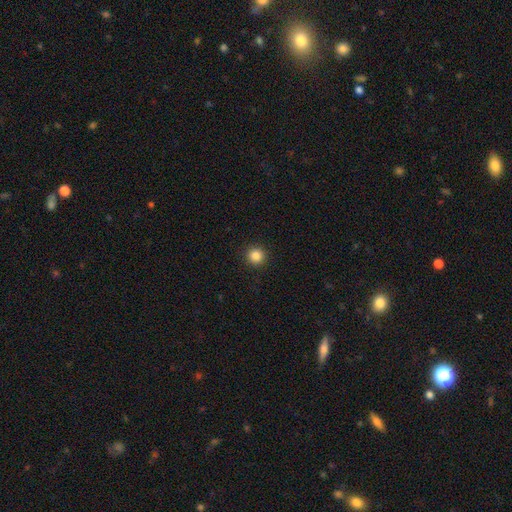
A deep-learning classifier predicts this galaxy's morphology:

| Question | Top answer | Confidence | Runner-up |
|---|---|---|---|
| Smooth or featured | smooth | 85% | star or artifact (11%) |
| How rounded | round | 95% | in between (4%) |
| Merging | none | 93% | minor disturbance (4%) |